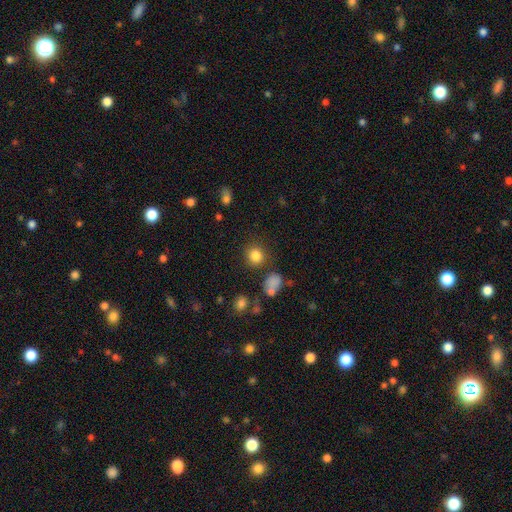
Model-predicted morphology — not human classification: smooth 83%, star or artifact 12%, featured or disk 5%. Down the decision tree: how rounded — round (89%); merging — none (84%).